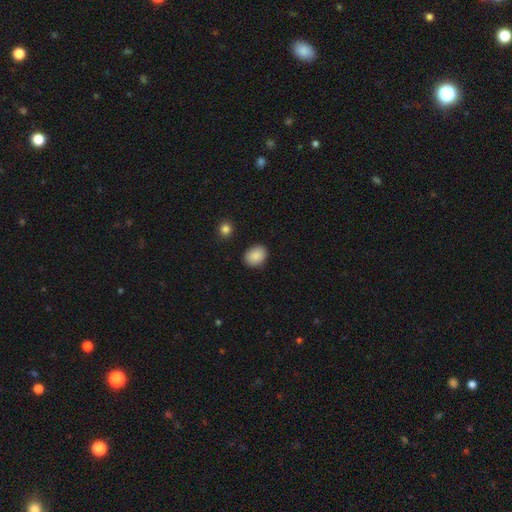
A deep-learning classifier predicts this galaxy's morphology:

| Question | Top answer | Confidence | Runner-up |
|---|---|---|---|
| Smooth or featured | smooth | 89% | star or artifact (8%) |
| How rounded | in between | 52% | round (47%) |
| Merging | none | 87% | minor disturbance (9%) |